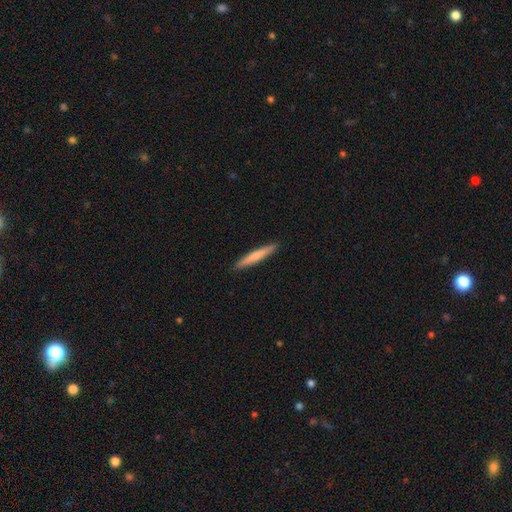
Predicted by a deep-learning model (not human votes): Smooth or featured? smooth (69%)
How rounded? cigar-shaped (95%)
Merging? none (92%)